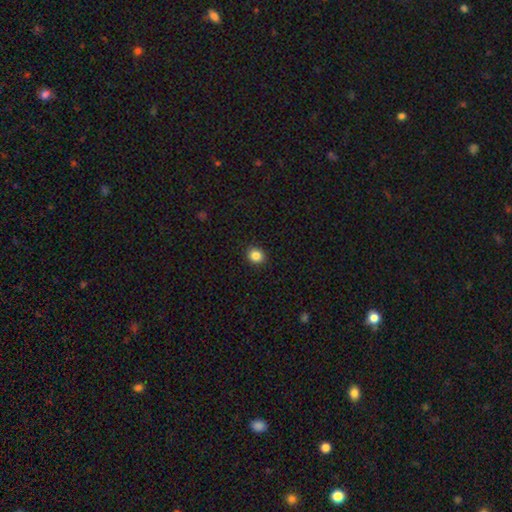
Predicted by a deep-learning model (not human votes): smooth_or_featured: smooth (p=0.85) [alt: star or artifact p=0.11]
how_rounded: round (p=0.77) [alt: in between p=0.22]
merging: none (p=0.92) [alt: minor disturbance p=0.06]